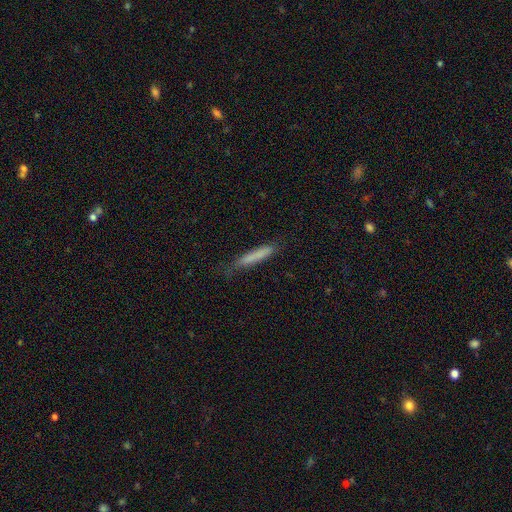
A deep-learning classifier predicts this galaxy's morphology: smooth-or-featured: smooth: 75% | featured or disk: 18% | star or artifact: 7%
  how-rounded: cigar-shaped: 94% | in between: 5% | round: 1%
  merging: none: 74% | minor disturbance: 20% | major disturbance: 4% | merger: 2%